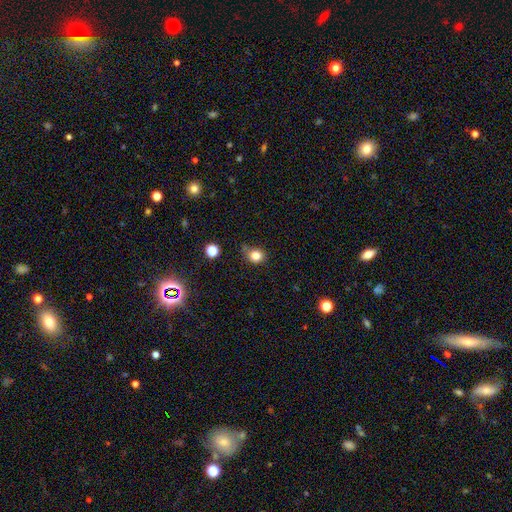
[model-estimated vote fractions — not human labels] smooth 81%, star or artifact 13%, featured or disk 6%. Down the decision tree: how rounded — round (73%); merging — none (72%).